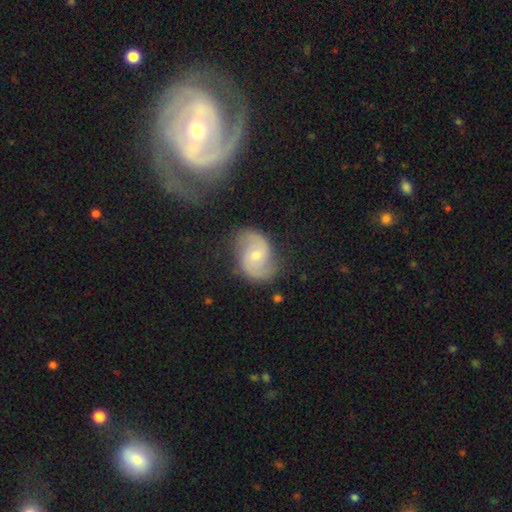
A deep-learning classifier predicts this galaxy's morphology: A featured or disk galaxy (78%) with a weak bar (50%), 2 (91%) medium (51%) spiral arms (95%) and a small central bulge (46%, tied with moderate). Merging: none (76%).